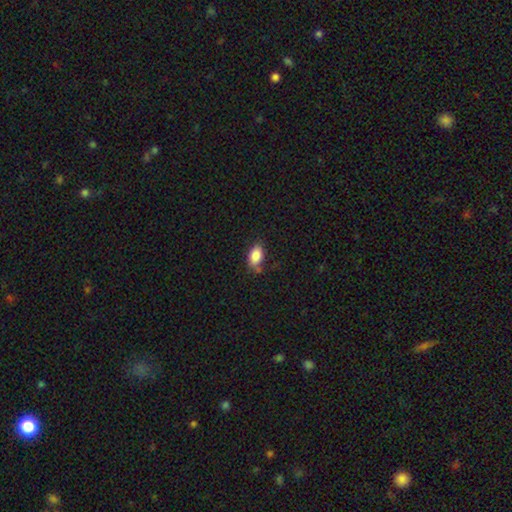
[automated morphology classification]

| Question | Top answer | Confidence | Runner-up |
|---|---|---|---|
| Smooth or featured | smooth | 85% | star or artifact (8%) |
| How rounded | in between | 89% | round (8%) |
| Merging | none | 66% | minor disturbance (24%) |